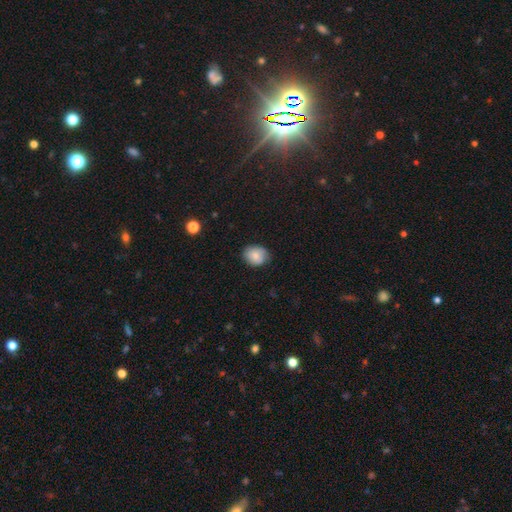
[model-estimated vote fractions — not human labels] A smooth galaxy with no disk features (79%) that is round (55%).

Vote fractions:
- Smooth or featured? smooth: 79% / featured or disk: 12% / star or artifact: 9%
- How rounded? round: 55% / in between: 45% / cigar-shaped: 1%
- Merging? none: 73% / minor disturbance: 22% / major disturbance: 4% / merger: 1%